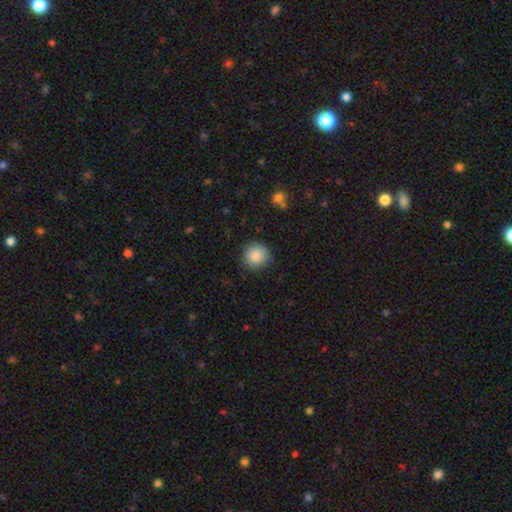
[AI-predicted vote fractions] Smooth or featured? smooth (86%)
How rounded? round (92%)
Merging? none (86%)